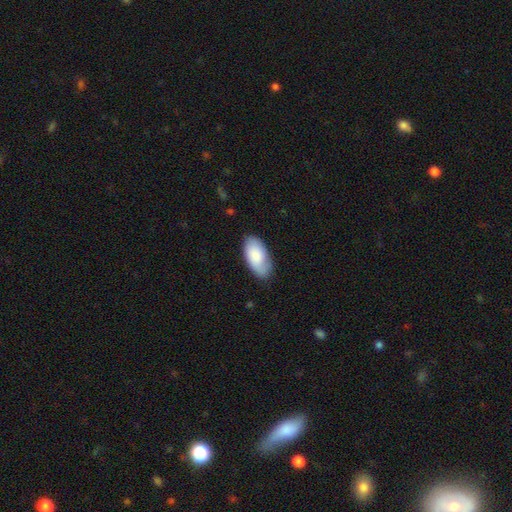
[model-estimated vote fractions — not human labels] Smooth or featured? smooth (81%)
How rounded? in between (95%)
Merging? none (76%)